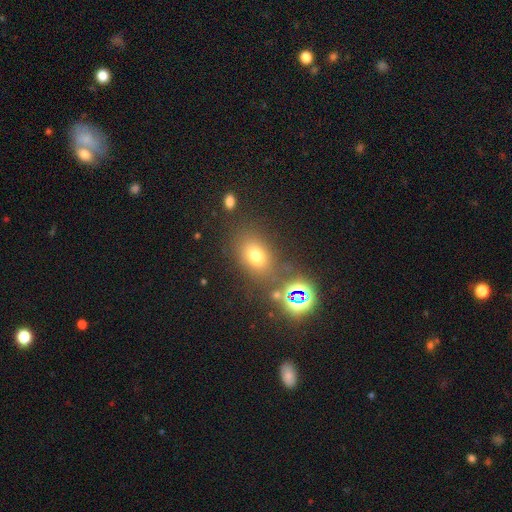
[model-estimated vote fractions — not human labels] Smooth or featured? smooth (69%)
How rounded? in between (66%)
Merging? none (73%)